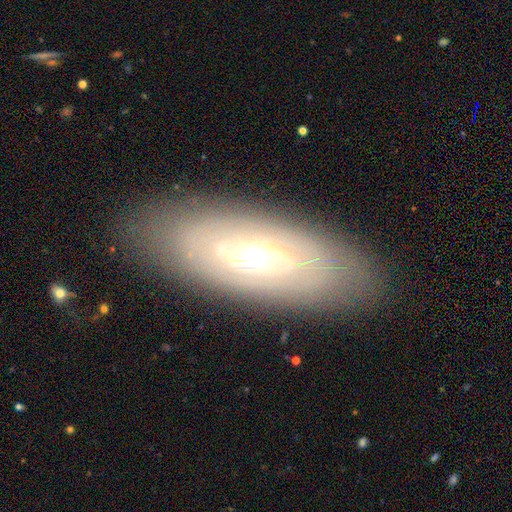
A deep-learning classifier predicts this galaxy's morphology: Smooth or featured?
  - featured or disk: 70% *
  - smooth: 24%
  - star or artifact: 7%
Edge-on disk?
  - no: 85% *
  - yes: 15%
Bar?
  - no: 53% *
  - weak: 34%
  - strong: 13%
Spiral arms?
  - yes: 54% *
  - no: 46%
Bulge size?
  - moderate: 62% *
  - small: 29%
  - large: 7%
  - dominant: 1%
  - none: 1%
Merging?
  - none: 85% *
  - minor disturbance: 10%
  - major disturbance: 4%
  - merger: 1%